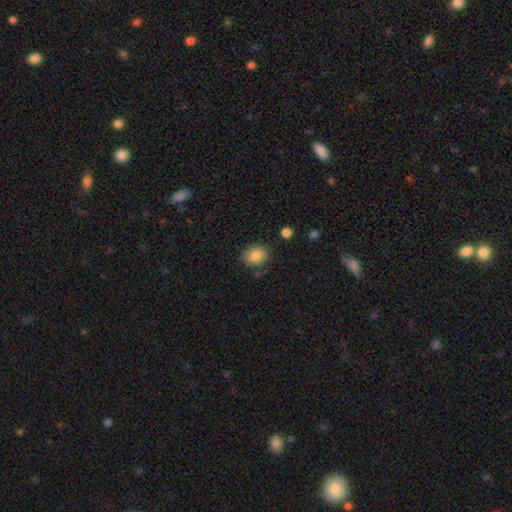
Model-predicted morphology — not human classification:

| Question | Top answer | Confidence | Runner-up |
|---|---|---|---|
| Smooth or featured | smooth | 84% | star or artifact (9%) |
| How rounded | round | 56% | in between (43%) |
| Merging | none | 81% | minor disturbance (13%) |